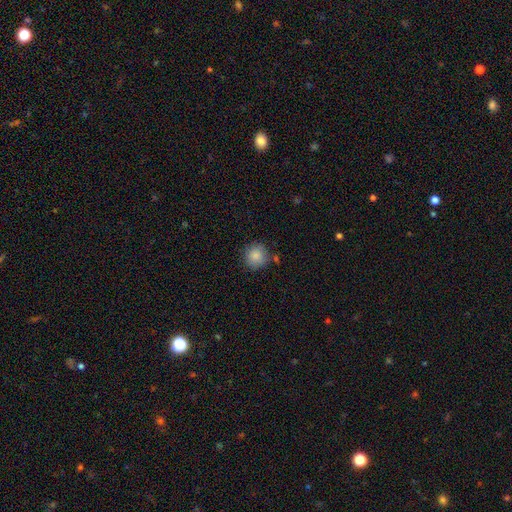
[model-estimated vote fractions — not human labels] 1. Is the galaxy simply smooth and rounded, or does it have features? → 87% smooth, 8% star or artifact, 5% featured or disk.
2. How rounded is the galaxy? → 92% round, 7% in between, 1% cigar-shaped.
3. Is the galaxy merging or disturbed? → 81% none, 12% minor disturbance, 5% merger, 3% major disturbance.